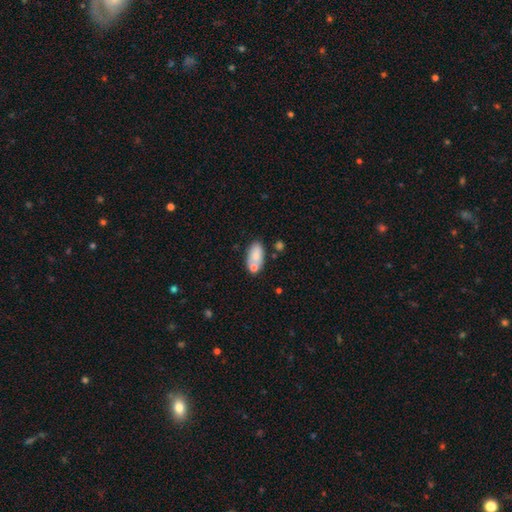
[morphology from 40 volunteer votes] Smooth or featured: smooth — 82% (featured or disk — 10%)
How rounded: in between — 88% (cigar-shaped — 12%)
Merging: none — 54% (minor disturbance — 24%)